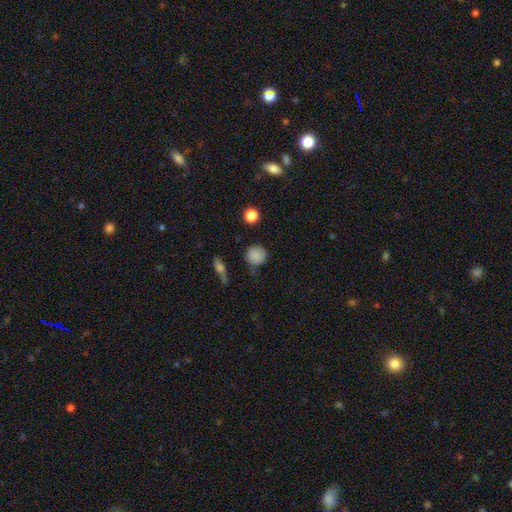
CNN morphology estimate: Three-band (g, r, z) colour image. It shows a smooth galaxy with no disk features (82%) that is round (90%). Merging: none (69%).